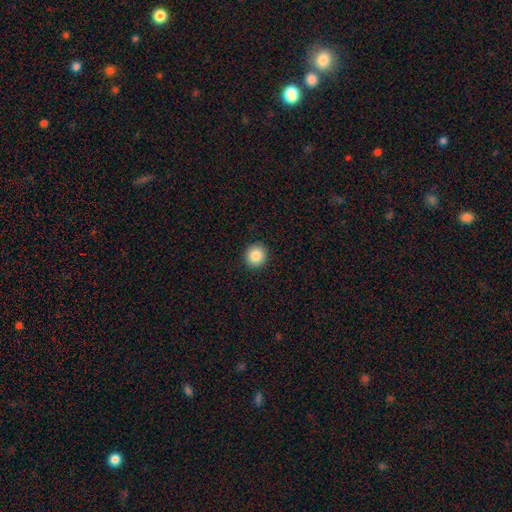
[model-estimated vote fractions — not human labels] This is clearly a smooth galaxy (86%). How rounded: clearly round (92%). Merging: clearly none (93%).